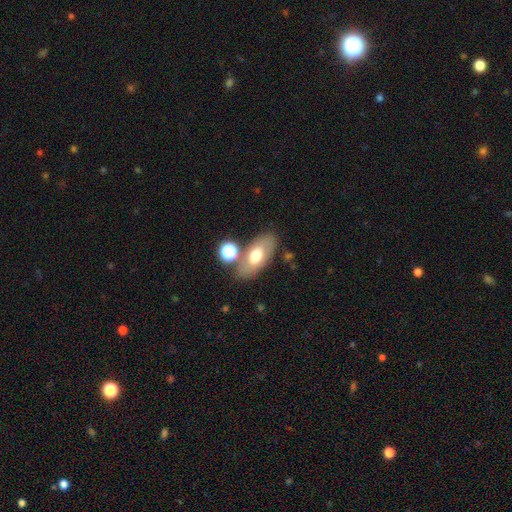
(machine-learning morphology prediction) smooth 63%, featured or disk 28%, star or artifact 9%. Down the decision tree: how rounded — in between (87%); merging — none (70%).